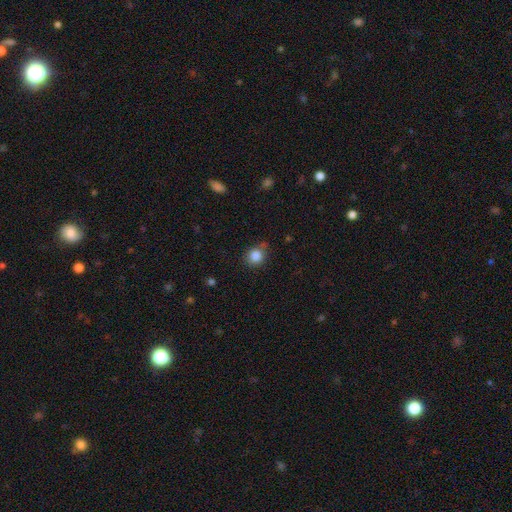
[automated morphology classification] smooth_or_featured: smooth (p=0.85) [alt: star or artifact p=0.11]
how_rounded: round (p=0.84) [alt: in between p=0.15]
merging: none (p=0.73) [alt: minor disturbance p=0.18]